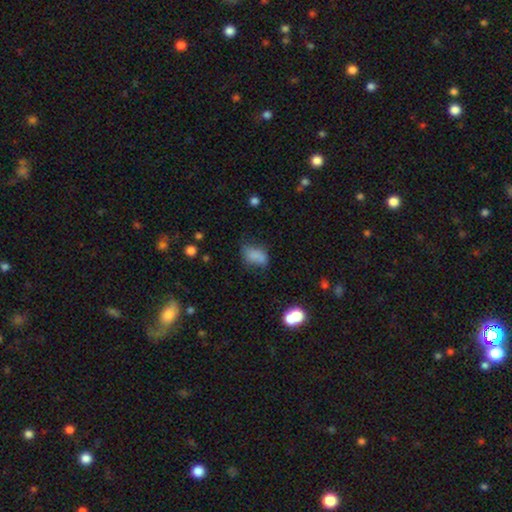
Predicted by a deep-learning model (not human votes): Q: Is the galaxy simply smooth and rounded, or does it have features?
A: smooth — 76%.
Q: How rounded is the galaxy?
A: in between — 88%.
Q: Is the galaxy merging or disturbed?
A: none — 46%.